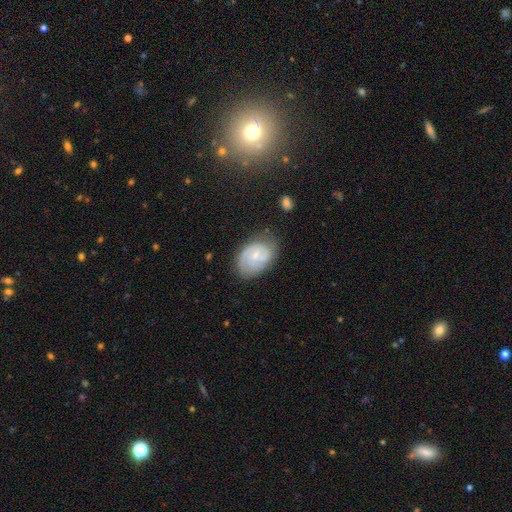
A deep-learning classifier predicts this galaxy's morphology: smooth-or-featured: featured or disk: 66% | smooth: 27% | star or artifact: 7%
  disk-edge-on: no: 97% | yes: 3%
    bar: no: 50% | weak: 44% | strong: 6%
    has-spiral-arms: yes: 88% | no: 12%
      spiral-winding: tight: 49% | medium: 38% | loose: 12%
      spiral-arm-count: 2: 59% | can't tell: 24% | 1: 7% | 3: 6% | 4: 2% | more than 4: 2%
    bulge-size: small: 65% | moderate: 29% | none: 4% | large: 1% | dominant: 1%
  merging: none: 69% | minor disturbance: 22% | major disturbance: 6% | merger: 2%